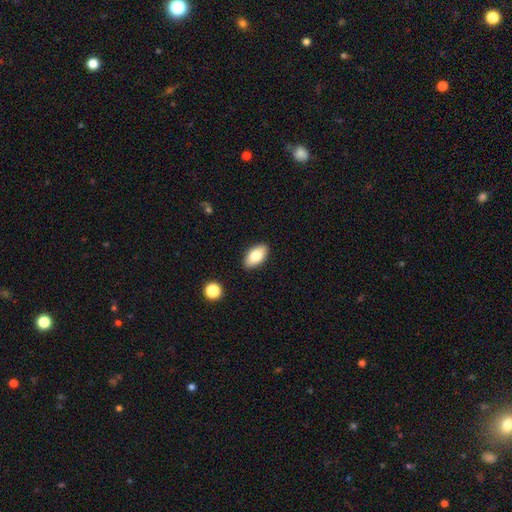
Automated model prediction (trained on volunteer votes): Overall: smooth (79%). How rounded: in between (92%). Merging: none (89%).